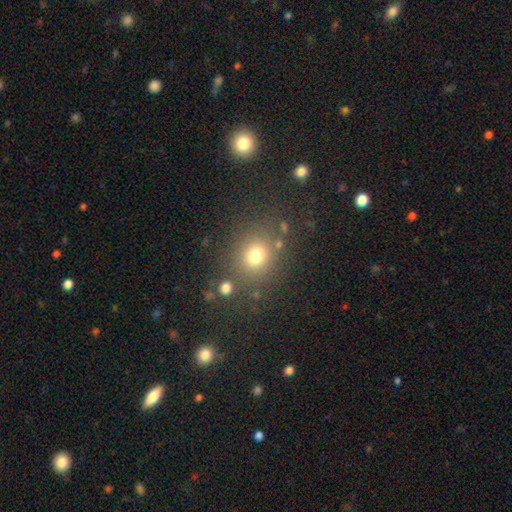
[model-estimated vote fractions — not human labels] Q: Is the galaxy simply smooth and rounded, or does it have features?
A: smooth — 75%.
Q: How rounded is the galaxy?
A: round — 80%.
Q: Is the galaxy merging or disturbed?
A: none — 79%.